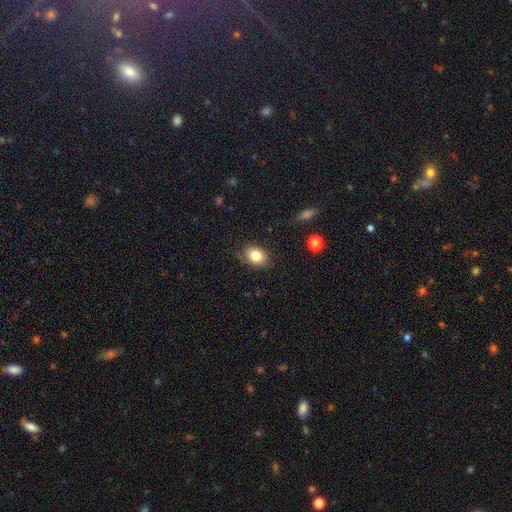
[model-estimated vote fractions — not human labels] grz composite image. It shows a smooth galaxy with no disk features (81%) that is in between round and cigar-shaped (63%). Merging: none (80%).